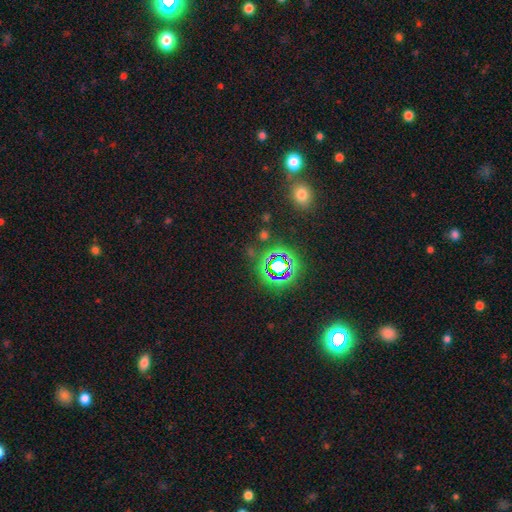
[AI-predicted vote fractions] This appears to be a star or artifact, not a galaxy (73%).